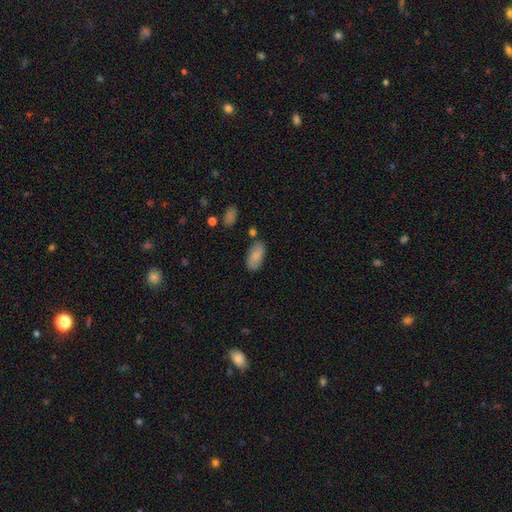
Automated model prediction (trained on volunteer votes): A smooth galaxy with no disk features (84%) that is in between round and cigar-shaped (92%).

Vote fractions:
- Smooth or featured? smooth: 84% / featured or disk: 9% / star or artifact: 7%
- How rounded? in between: 92% / cigar-shaped: 5% / round: 2%
- Merging? none: 77% / minor disturbance: 14% / merger: 5% / major disturbance: 3%